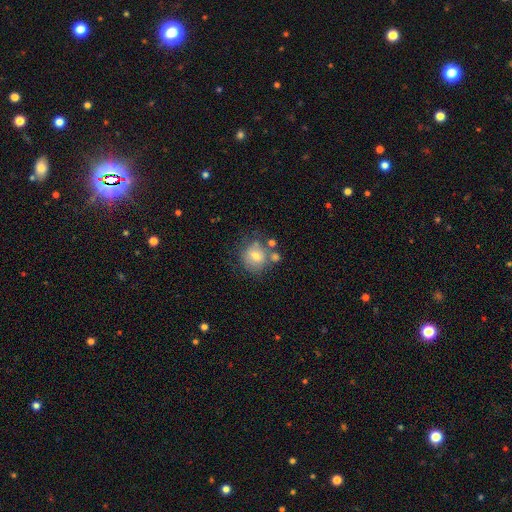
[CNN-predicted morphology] Smooth or featured? smooth (65%)
How rounded? round (83%)
Merging? none (57%)